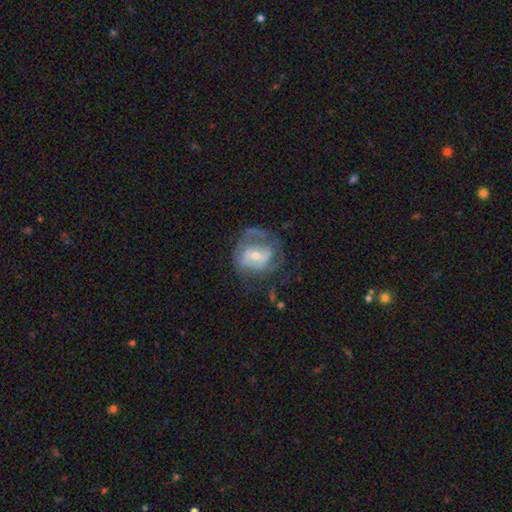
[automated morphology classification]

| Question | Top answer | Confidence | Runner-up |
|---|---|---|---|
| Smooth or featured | featured or disk | 69% | smooth (24%) |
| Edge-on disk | no | 97% | yes (3%) |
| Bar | no | 48% | weak (37%) |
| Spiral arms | yes | 61% | no (39%) |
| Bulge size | small | 50% | moderate (44%) |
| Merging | none | 45% | major disturbance (30%) |